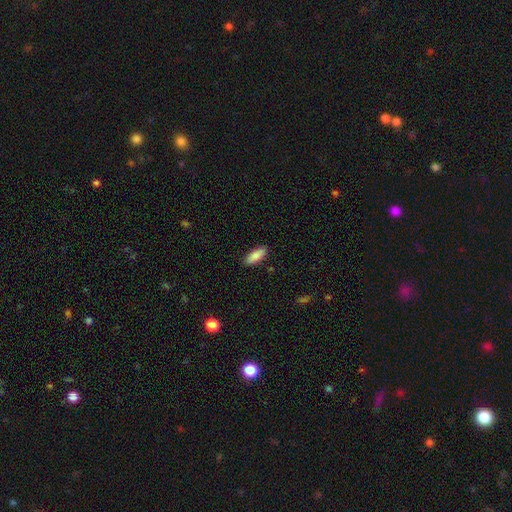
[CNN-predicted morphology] A smooth galaxy with no disk features (85%) that is in between round and cigar-shaped (70%).

Vote fractions:
- Smooth or featured? smooth: 85% / featured or disk: 9% / star or artifact: 6%
- How rounded? in between: 70% / cigar-shaped: 28% / round: 2%
- Merging? none: 87% / minor disturbance: 10% / major disturbance: 2% / merger: 1%